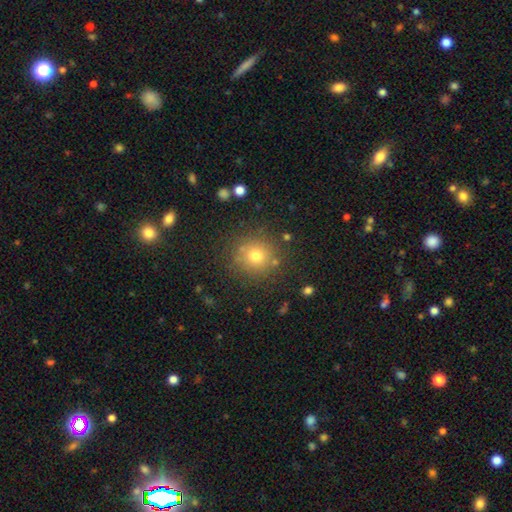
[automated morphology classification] smooth_or_featured: smooth (p=0.73) [alt: star or artifact p=0.16]
how_rounded: round (p=0.93) [alt: in between p=0.06]
merging: none (p=0.83) [alt: minor disturbance p=0.09]